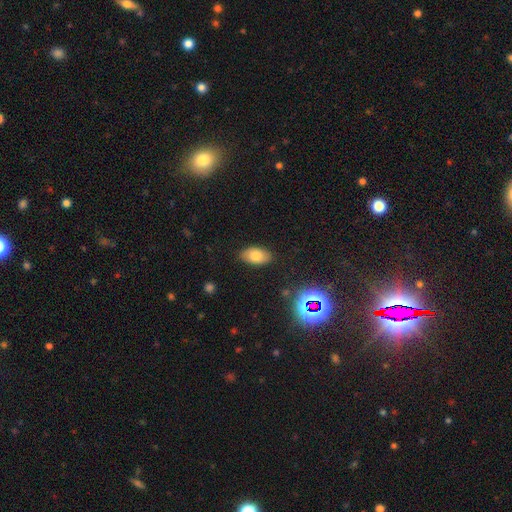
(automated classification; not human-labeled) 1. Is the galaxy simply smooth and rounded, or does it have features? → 76% smooth, 13% featured or disk, 11% star or artifact.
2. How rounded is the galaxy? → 92% in between, 6% round, 2% cigar-shaped.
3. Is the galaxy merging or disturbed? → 86% none, 10% minor disturbance, 2% major disturbance, 1% merger.